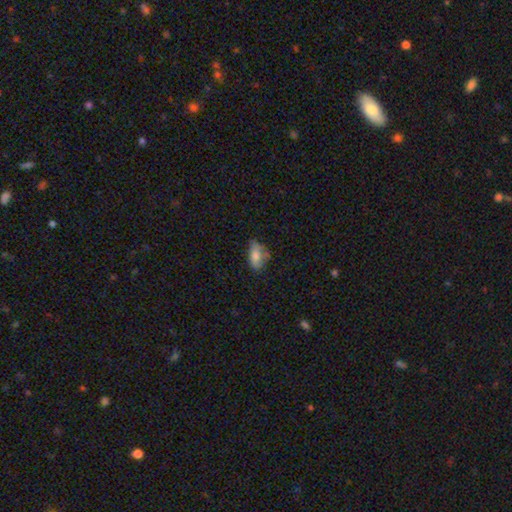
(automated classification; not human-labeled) Smooth or featured: smooth — 74% (featured or disk — 17%)
How rounded: in between — 86% (cigar-shaped — 9%)
Merging: none — 47% (minor disturbance — 34%)